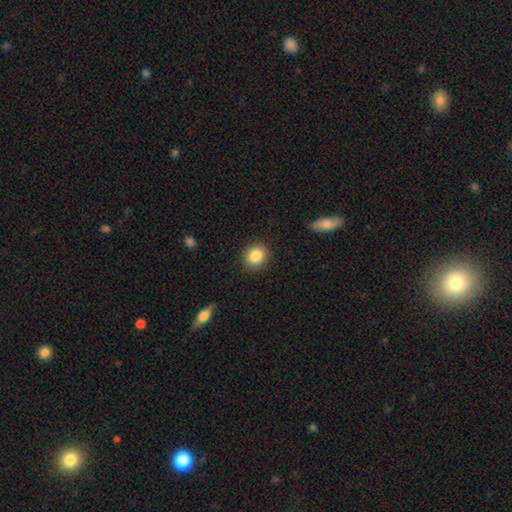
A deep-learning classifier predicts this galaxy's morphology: This is clearly a smooth galaxy (86%). How rounded: likely round (79%). Merging: clearly none (89%).